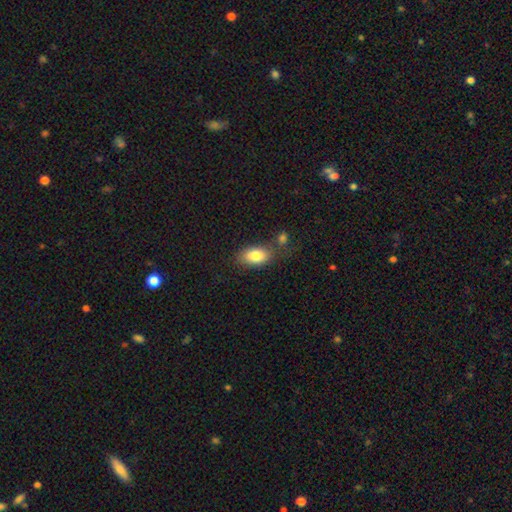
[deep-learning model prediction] A smooth galaxy with no disk features (83%) that is in between round and cigar-shaped (91%). Merging: none (65%).